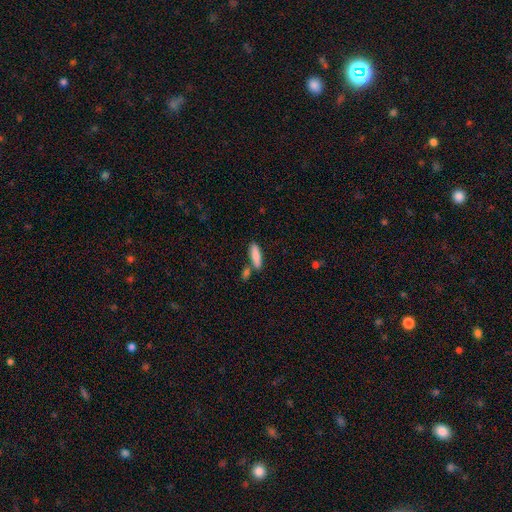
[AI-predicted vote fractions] Smooth or featured: smooth — 85% (featured or disk — 9%)
How rounded: cigar-shaped — 59% (in between — 39%)
Merging: none — 68% (merger — 17%)